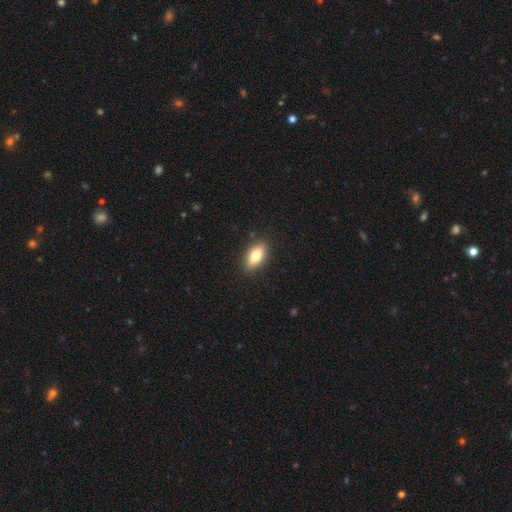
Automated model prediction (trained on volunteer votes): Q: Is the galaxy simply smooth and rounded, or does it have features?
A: smooth — 77%.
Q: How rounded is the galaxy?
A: in between — 87%.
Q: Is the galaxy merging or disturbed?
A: none — 88%.